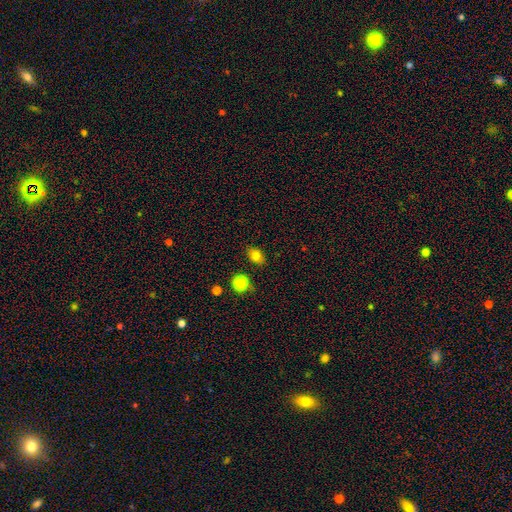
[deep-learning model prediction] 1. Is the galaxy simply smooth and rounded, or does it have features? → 80% smooth, 12% star or artifact, 8% featured or disk.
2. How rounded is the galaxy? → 72% in between, 27% round, 2% cigar-shaped.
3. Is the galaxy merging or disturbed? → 83% none, 12% minor disturbance, 3% merger, 3% major disturbance.